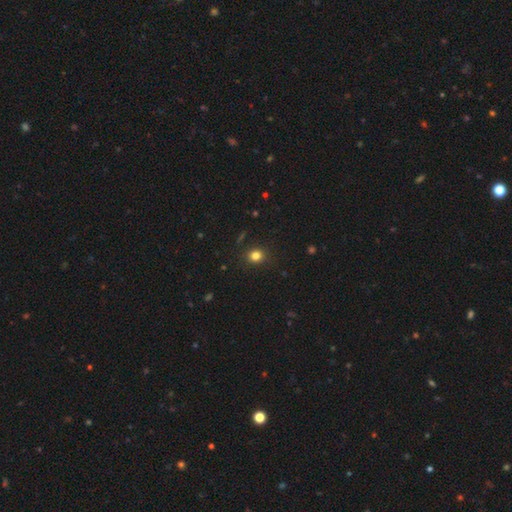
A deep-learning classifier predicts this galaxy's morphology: Smooth or featured? smooth (81%)
How rounded? round (79%)
Merging? none (89%)